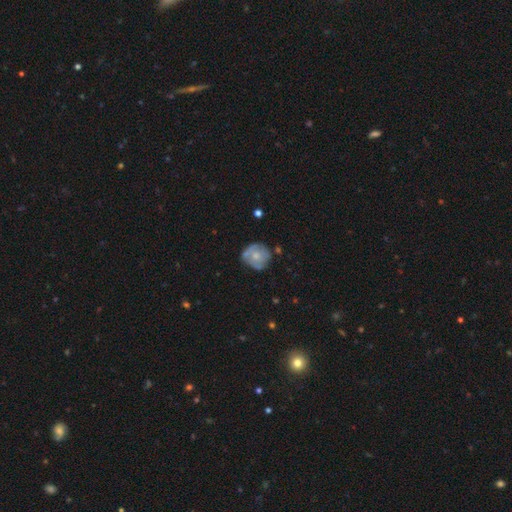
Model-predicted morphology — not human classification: A smooth galaxy with no disk features (52%) that is round (86%).

Vote fractions:
- Smooth or featured? smooth: 52% / featured or disk: 41% / star or artifact: 7%
- How rounded? round: 86% / in between: 13% / cigar-shaped: 1%
- Merging? none: 61% / minor disturbance: 26% / major disturbance: 8% / merger: 5%